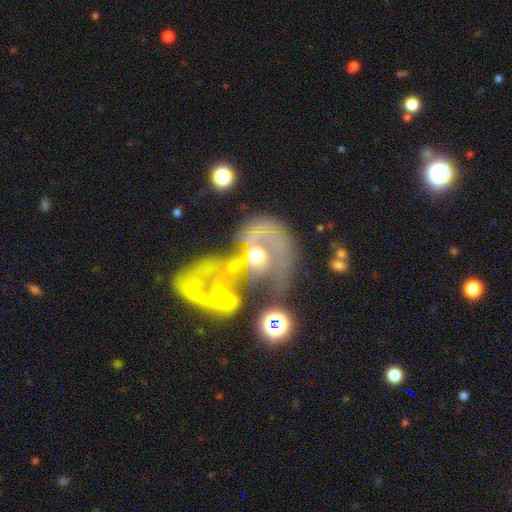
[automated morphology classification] smooth_or_featured: featured or disk (p=0.63) [alt: smooth p=0.23]
disk_edge_on: no (p=0.95) [alt: yes p=0.05]
bar: no (p=0.70) [alt: weak p=0.20]
has_spiral_arms: yes (p=0.60) [alt: no p=0.40]
bulge_size: moderate (p=0.60) [alt: small p=0.16]
merging: merger (p=0.63) [alt: major disturbance p=0.20]